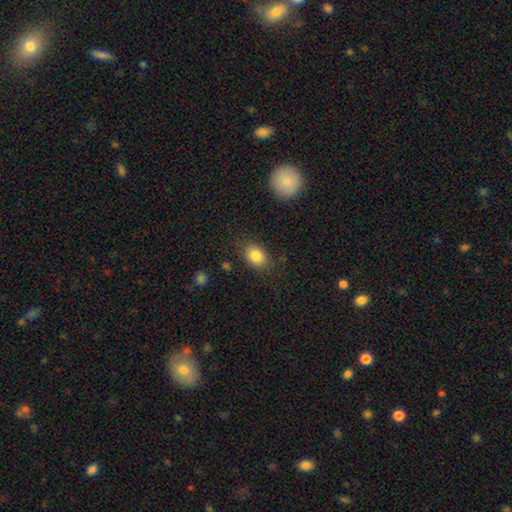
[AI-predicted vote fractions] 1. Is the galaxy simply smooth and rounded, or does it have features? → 84% smooth, 9% star or artifact, 7% featured or disk.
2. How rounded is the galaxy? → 73% in between, 26% round, 1% cigar-shaped.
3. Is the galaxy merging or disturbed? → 79% none, 14% minor disturbance, 5% major disturbance, 2% merger.